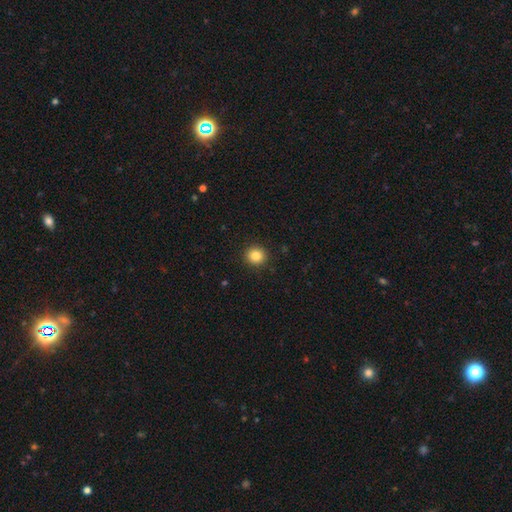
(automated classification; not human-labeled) Smooth or featured?
  - smooth: 84% *
  - star or artifact: 10%
  - featured or disk: 5%
How rounded?
  - round: 91% *
  - in between: 8%
  - cigar-shaped: 1%
Merging?
  - none: 92% *
  - minor disturbance: 5%
  - major disturbance: 2%
  - merger: 1%